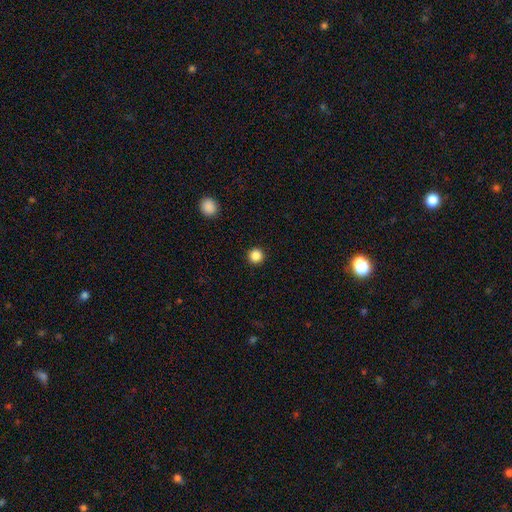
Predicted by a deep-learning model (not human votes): The model was most divided on "smooth or featured": smooth: 86%, star or artifact: 11%, featured or disk: 3%. More confident: how rounded — round (96%); merging — none (93%).